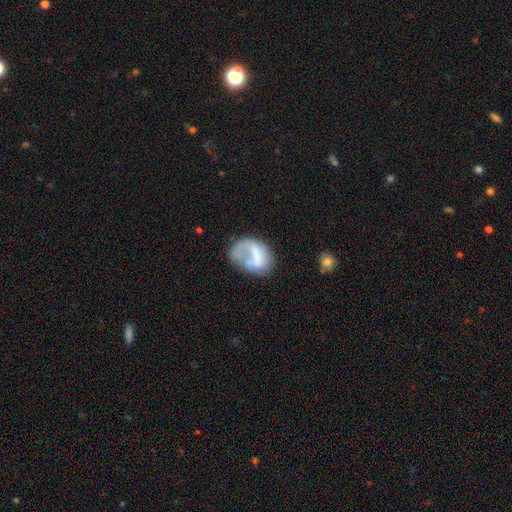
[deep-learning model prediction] Overall: smooth (52%; featured or disk 40%). How rounded: in between (67%; round 32%). Merging: major disturbance (37%; none 33%).